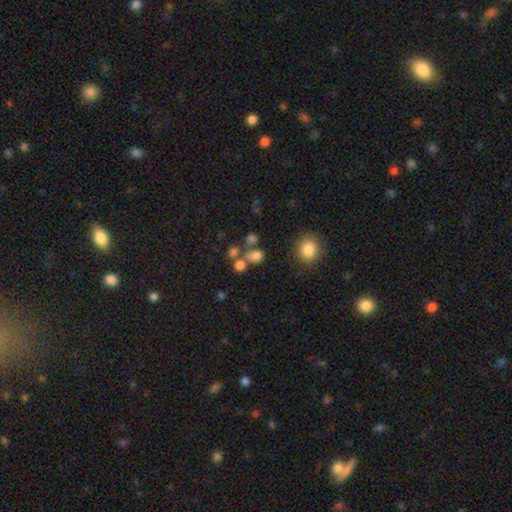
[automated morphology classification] Q: Smooth or featured?
A: smooth (74%); runner-up: star or artifact (17%)
Q: How rounded?
A: round (59%); runner-up: in between (40%)
Q: Merging?
A: none (48%); runner-up: merger (32%)